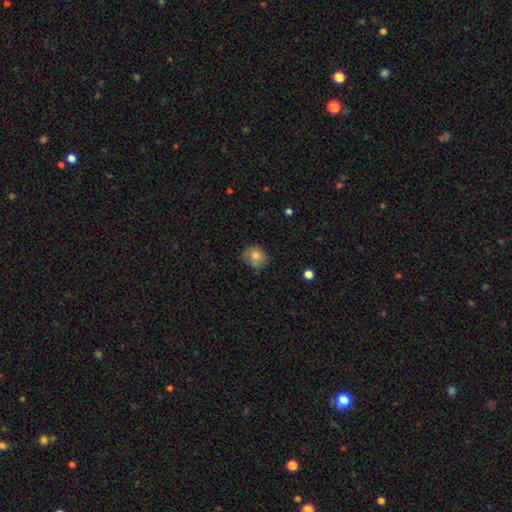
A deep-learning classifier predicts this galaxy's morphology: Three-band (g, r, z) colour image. It shows a smooth galaxy with no disk features (76%) that is round (61%). Merging: none (70%).